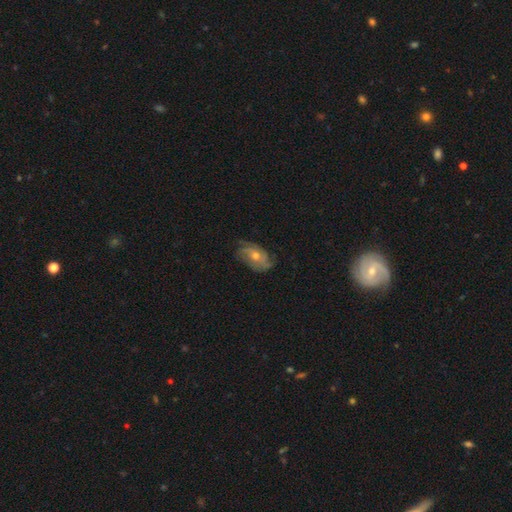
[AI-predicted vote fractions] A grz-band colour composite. It shows a featured or disk galaxy (69%) with no bar (74%), tight (41%) spiral arms (87%) and a moderate central bulge (65%). Merging: none (69%).